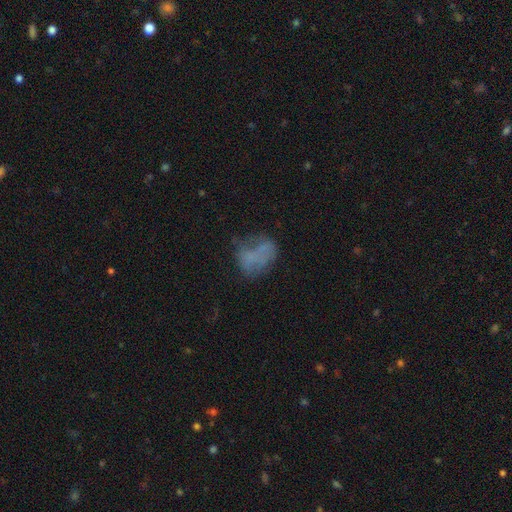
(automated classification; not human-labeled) Overall: smooth (53%; featured or disk 31%). How rounded: in between (65%; round 33%). Merging: none (41%; major disturbance 27%).